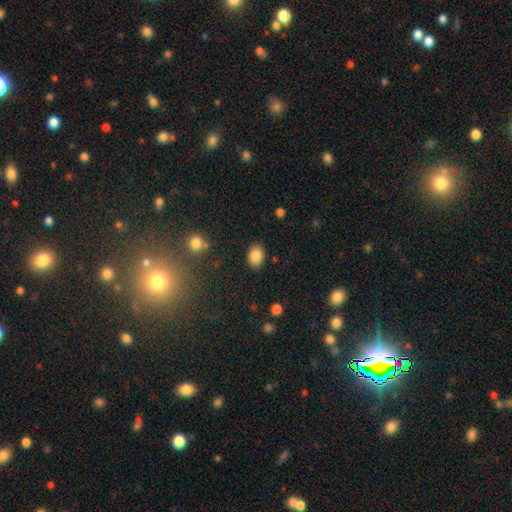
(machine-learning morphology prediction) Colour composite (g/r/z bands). It shows a smooth galaxy with no disk features (86%) that is in between round and cigar-shaped (81%). Merging: none (86%).